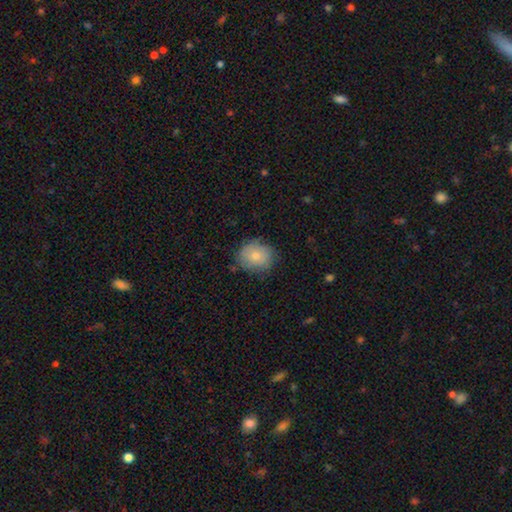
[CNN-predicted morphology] smooth_or_featured: smooth (p=0.80) [alt: featured or disk p=0.12]
how_rounded: round (p=0.72) [alt: in between p=0.27]
merging: none (p=0.75) [alt: minor disturbance p=0.19]